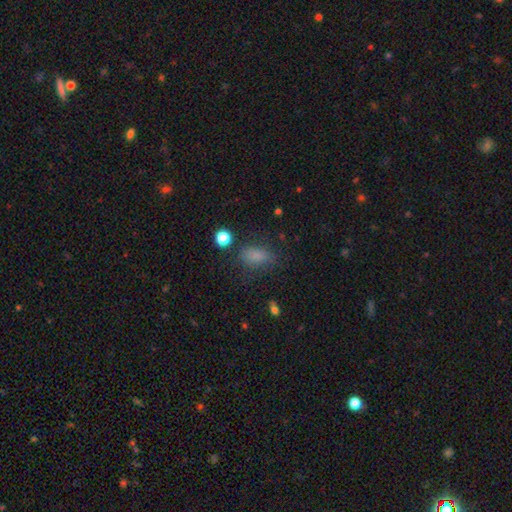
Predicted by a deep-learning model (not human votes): Smooth or featured? Predicted: smooth (p=0.79). How rounded? Predicted: in between (p=0.83). Merging? Predicted: none (p=0.67).